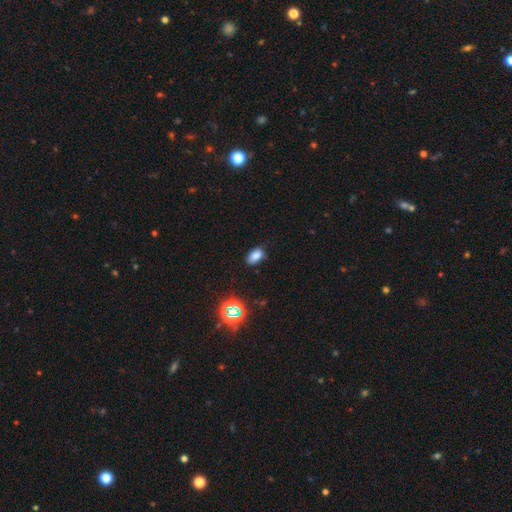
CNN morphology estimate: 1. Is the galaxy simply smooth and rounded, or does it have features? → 79% smooth, 15% star or artifact, 6% featured or disk.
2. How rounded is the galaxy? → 90% in between, 8% round, 2% cigar-shaped.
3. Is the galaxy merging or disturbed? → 78% none, 17% minor disturbance, 3% major disturbance, 1% merger.